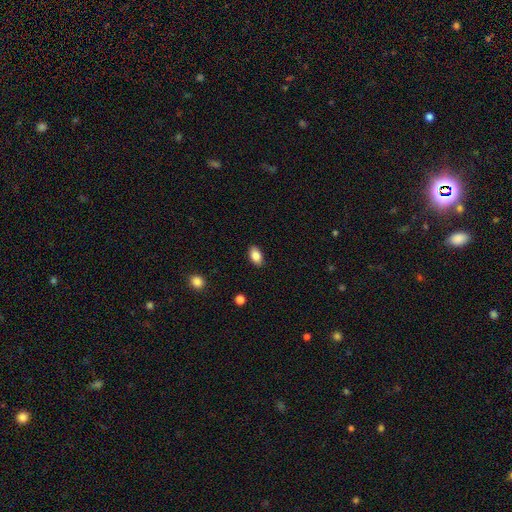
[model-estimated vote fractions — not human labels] Smooth or featured? Predicted: smooth (p=0.86). How rounded? Predicted: in between (p=0.91). Merging? Predicted: none (p=0.88).